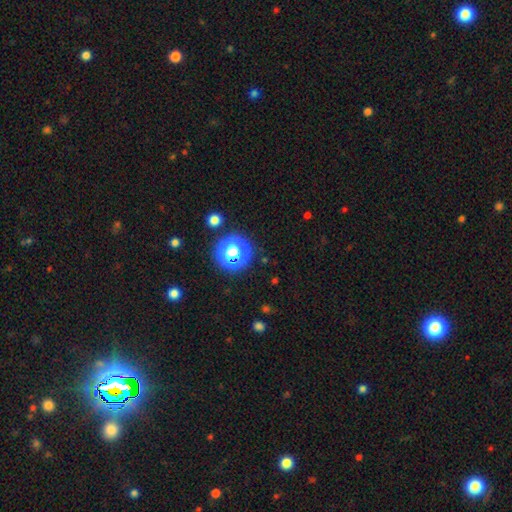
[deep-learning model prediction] Q: Smooth or featured?
A: star or artifact (74%); runner-up: smooth (20%)